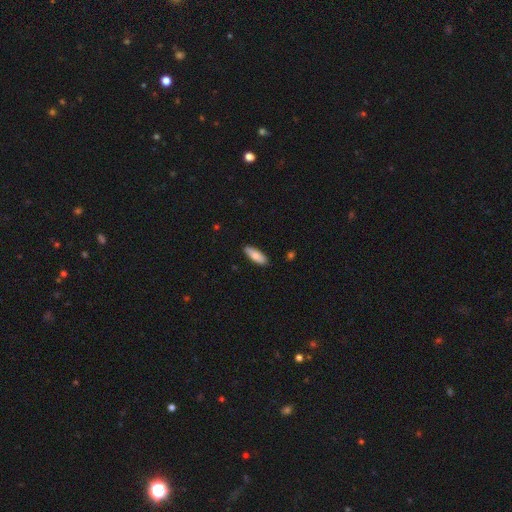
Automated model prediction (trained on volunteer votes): Morphology: type=smooth (79%); roundness=in between (62%); merging=none (88%).